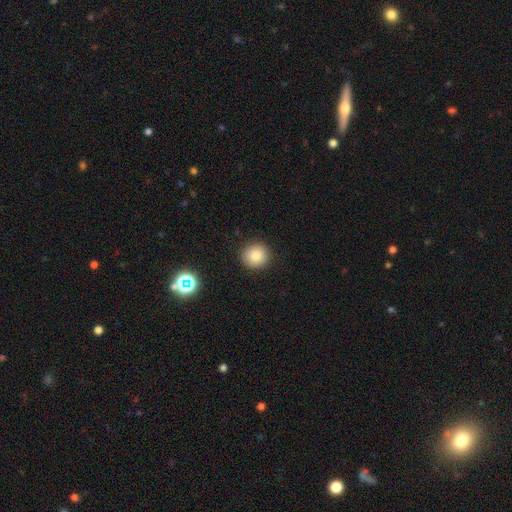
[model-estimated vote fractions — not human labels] This is clearly a smooth galaxy (82%). How rounded: clearly round (91%). Merging: clearly none (91%).